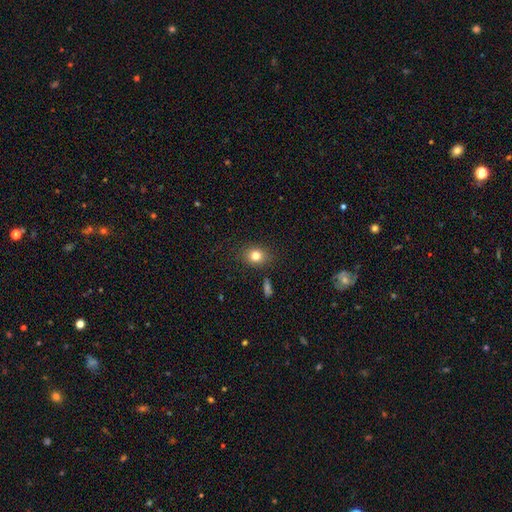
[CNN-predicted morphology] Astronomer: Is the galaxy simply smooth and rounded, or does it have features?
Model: smooth — 80%.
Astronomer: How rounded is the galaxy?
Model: round — 57% (runner-up: in between, 42%).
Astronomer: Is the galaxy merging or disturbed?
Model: none — 86%.